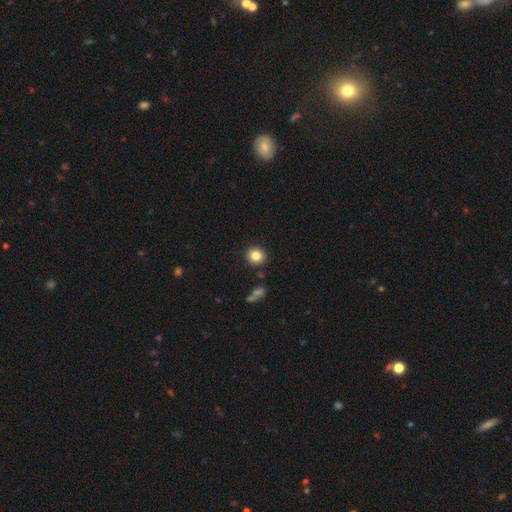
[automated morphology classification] smooth 84%, star or artifact 10%, featured or disk 6%. Down the decision tree: how rounded — round (88%); merging — none (89%).